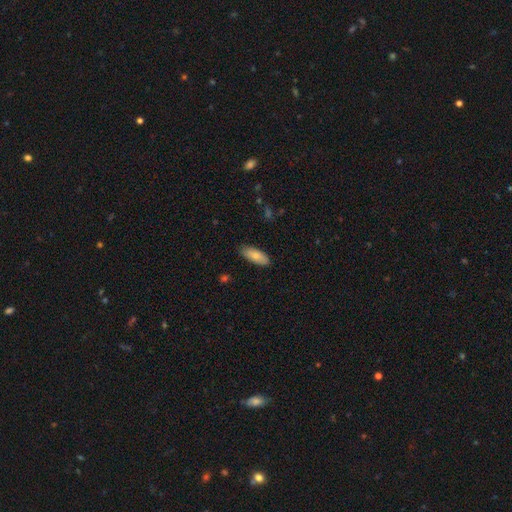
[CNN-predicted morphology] Overall: smooth (80%). How rounded: in between (79%). Merging: none (85%).